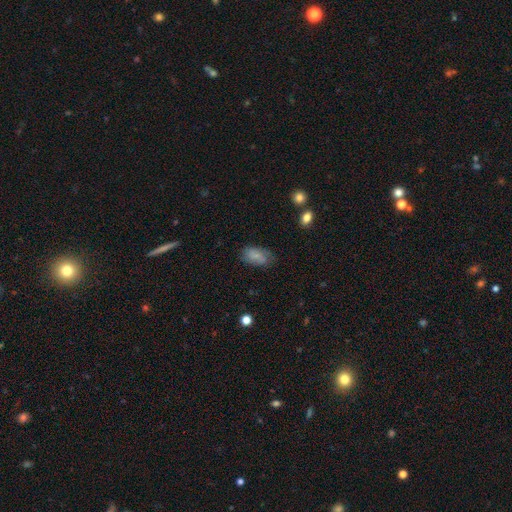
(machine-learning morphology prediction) This is likely a smooth galaxy (69%). How rounded: clearly in between (92%). Merging: likely none (70%).